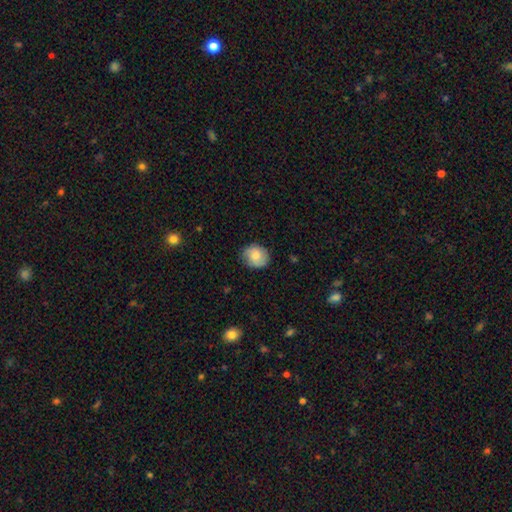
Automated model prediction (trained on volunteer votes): This is likely a smooth galaxy (75%). How rounded: likely round (69%). Merging: likely none (79%).